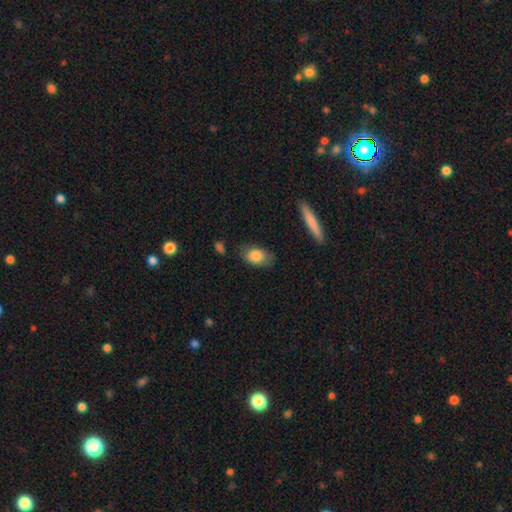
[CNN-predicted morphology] Smooth or featured?
  - smooth: 82% *
  - featured or disk: 11%
  - star or artifact: 7%
How rounded?
  - in between: 87% *
  - round: 10%
  - cigar-shaped: 3%
Merging?
  - none: 70% *
  - minor disturbance: 21%
  - major disturbance: 6%
  - merger: 3%